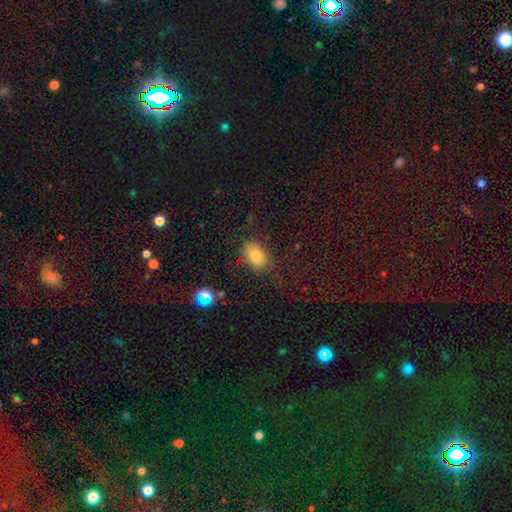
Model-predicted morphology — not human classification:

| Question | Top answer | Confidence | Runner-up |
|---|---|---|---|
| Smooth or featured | smooth | 78% | star or artifact (13%) |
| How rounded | in between | 81% | round (18%) |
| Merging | none | 76% | minor disturbance (16%) |